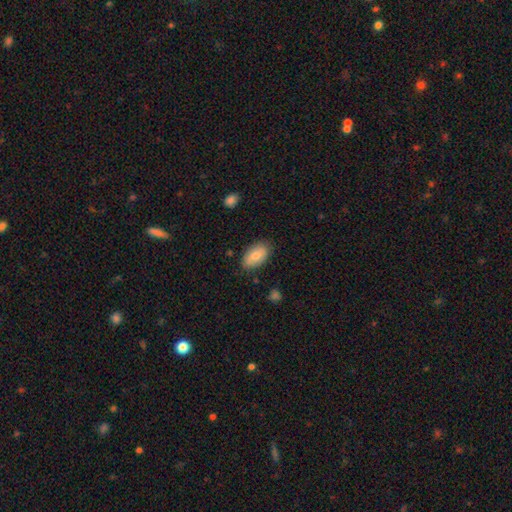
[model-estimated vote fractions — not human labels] smooth_or_featured: smooth (p=0.80) [alt: featured or disk p=0.14]
how_rounded: in between (p=0.94) [alt: round p=0.04]
merging: none (p=0.82) [alt: minor disturbance p=0.14]